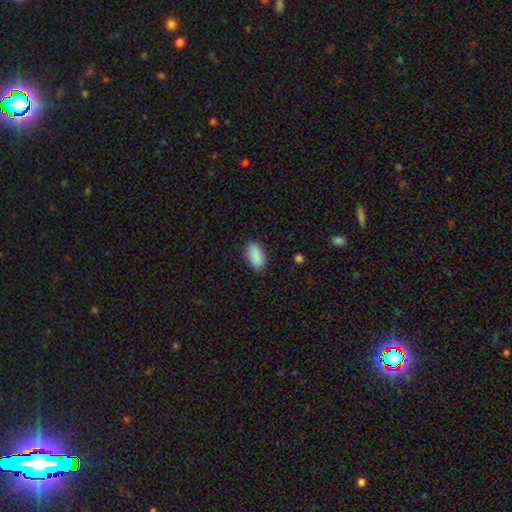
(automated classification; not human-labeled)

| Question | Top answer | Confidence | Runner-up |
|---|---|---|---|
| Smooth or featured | smooth | 89% | star or artifact (7%) |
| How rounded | in between | 92% | cigar-shaped (4%) |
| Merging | none | 81% | minor disturbance (14%) |